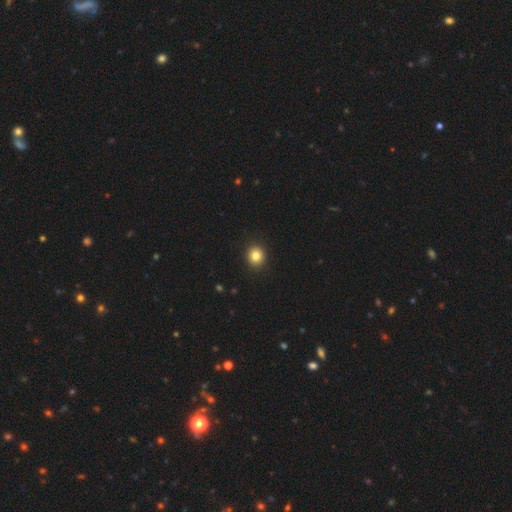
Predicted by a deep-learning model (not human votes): The model was most divided on "how rounded": round: 84%, in between: 15%, cigar-shaped: 1%. More confident: merging — none (92%); smooth or featured — smooth (84%).